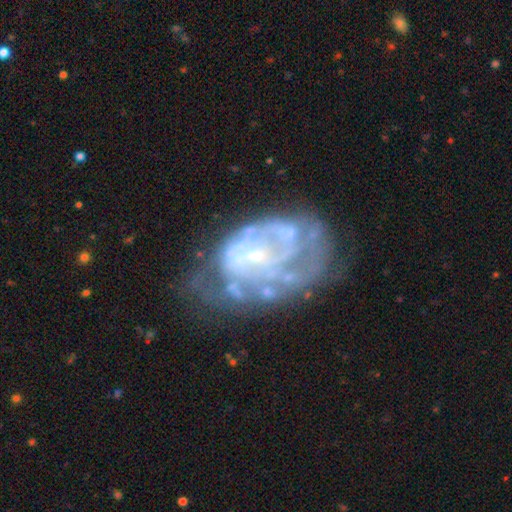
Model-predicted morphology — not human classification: Smooth or featured?
  - featured or disk: 78% *
  - smooth: 14%
  - star or artifact: 8%
Edge-on disk?
  - no: 98% *
  - yes: 2%
Bar?
  - no: 64% *
  - weak: 29%
  - strong: 7%
Spiral arms?
  - yes: 57% *
  - no: 43%
Bulge size?
  - small: 63% *
  - moderate: 19%
  - none: 16%
  - large: 1%
  - dominant: 1%
Merging?
  - none: 39% *
  - major disturbance: 29%
  - minor disturbance: 26%
  - merger: 6%